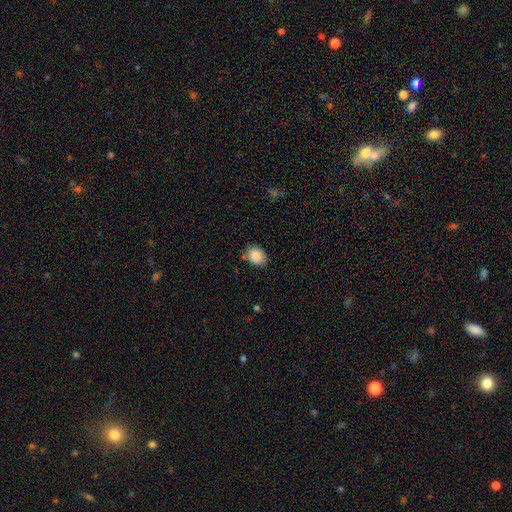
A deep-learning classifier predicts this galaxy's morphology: type=smooth (87%); roundness=in between (55%); merging=none (79%).